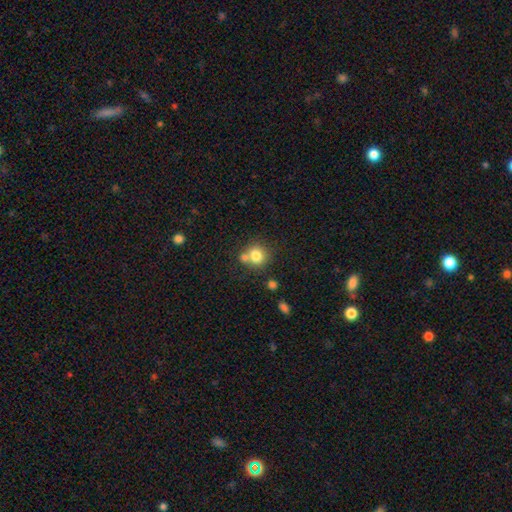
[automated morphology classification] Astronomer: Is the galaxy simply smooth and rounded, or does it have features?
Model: smooth — 79%.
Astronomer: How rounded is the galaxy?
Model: round — 85%.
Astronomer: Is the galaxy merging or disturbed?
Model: none — 55% (runner-up: merger, 31%).